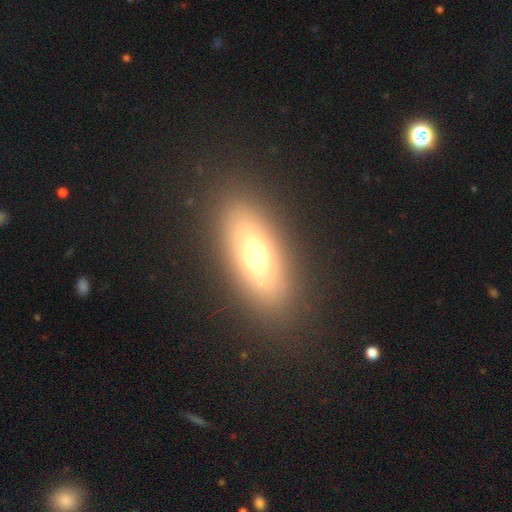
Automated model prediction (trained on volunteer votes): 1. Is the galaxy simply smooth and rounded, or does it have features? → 64% smooth, 26% featured or disk, 9% star or artifact.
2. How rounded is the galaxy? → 69% in between, 27% cigar-shaped, 4% round.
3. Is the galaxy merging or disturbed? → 88% none, 8% minor disturbance, 3% major disturbance, 1% merger.